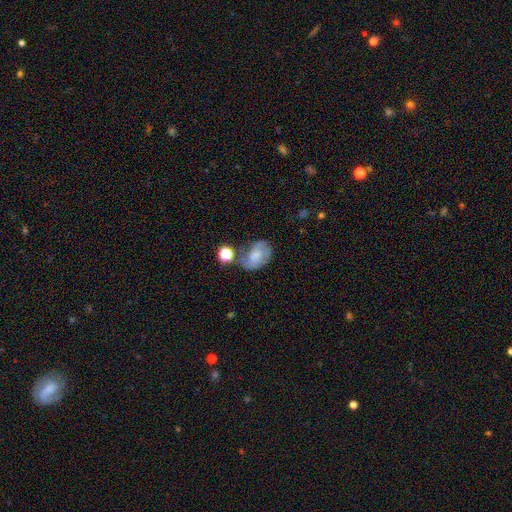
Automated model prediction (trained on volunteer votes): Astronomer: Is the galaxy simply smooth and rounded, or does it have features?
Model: smooth — 49% (runner-up: featured or disk, 40%).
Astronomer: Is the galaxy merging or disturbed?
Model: none — 37% (runner-up: minor disturbance, 28%).